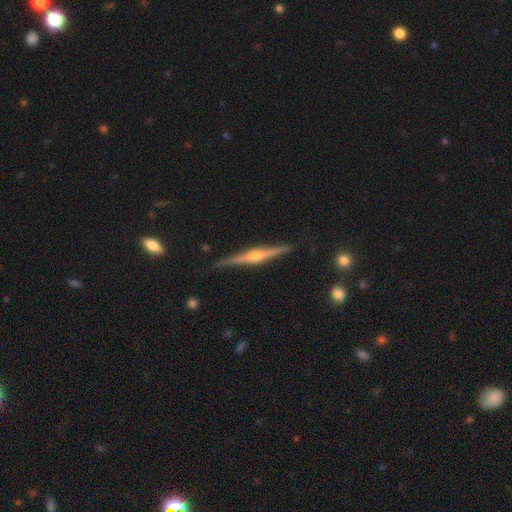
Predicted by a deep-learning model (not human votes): The model was most divided on "smooth or featured": featured or disk: 83%, smooth: 11%, star or artifact: 5%. More confident: edge-on disk — yes (98%); merging — none (89%); edge-on bulge — rounded (88%).